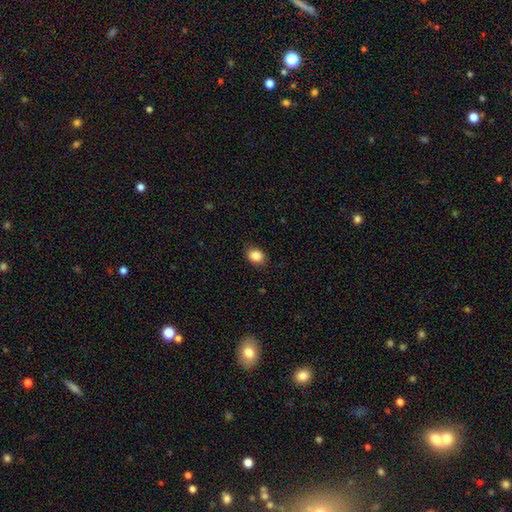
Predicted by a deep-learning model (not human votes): This appears to be a smooth galaxy with no disk features (86%) that is in between round and cigar-shaped (56%). Merging: none (84%).